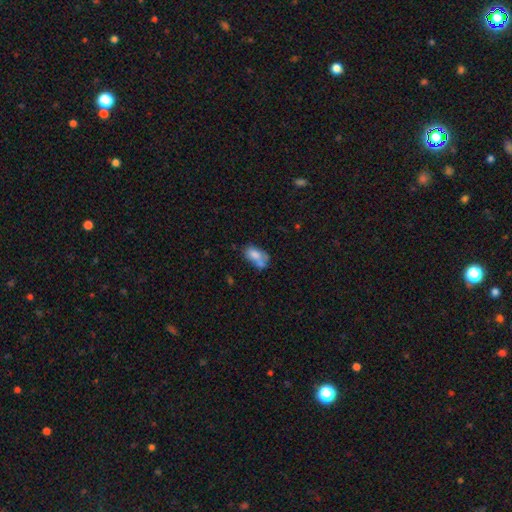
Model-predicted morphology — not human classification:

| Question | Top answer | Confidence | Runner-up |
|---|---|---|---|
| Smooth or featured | smooth | 71% | featured or disk (19%) |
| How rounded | in between | 89% | round (8%) |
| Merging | merger | 34% | none (33%) |